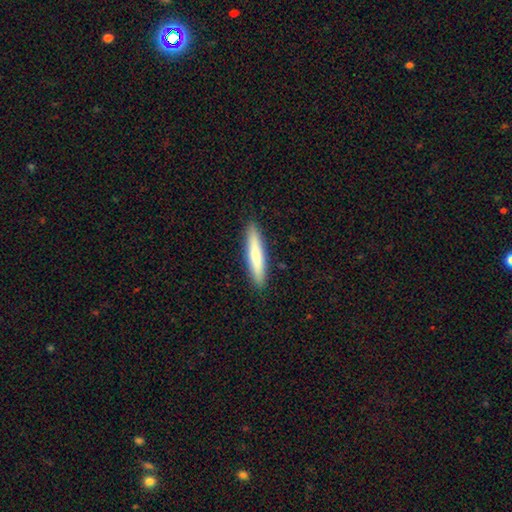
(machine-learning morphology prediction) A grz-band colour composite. It shows a smooth galaxy with no disk features (73%) that is cigar-shaped (90%). Merging: none (91%).